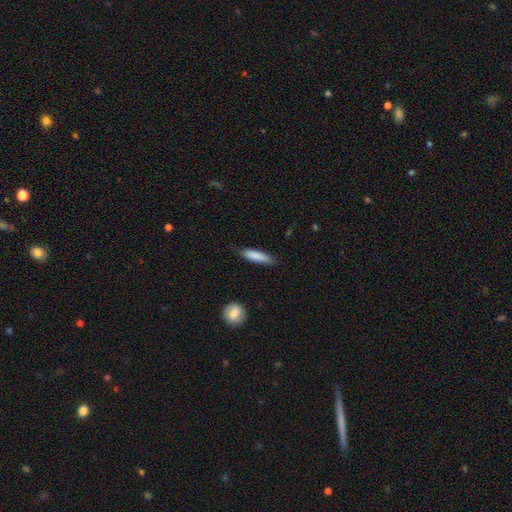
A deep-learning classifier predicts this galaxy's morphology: This is clearly a smooth galaxy (84%). How rounded: likely cigar-shaped (72%). Merging: likely none (79%).